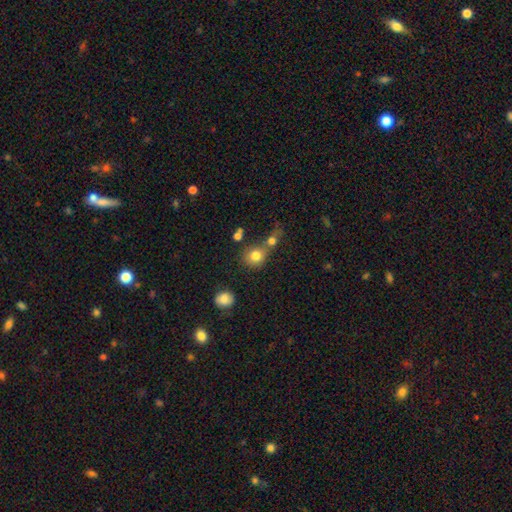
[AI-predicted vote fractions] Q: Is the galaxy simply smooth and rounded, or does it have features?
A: smooth — 79%.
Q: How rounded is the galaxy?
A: round — 81%.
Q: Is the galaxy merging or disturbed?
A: none — 48%.